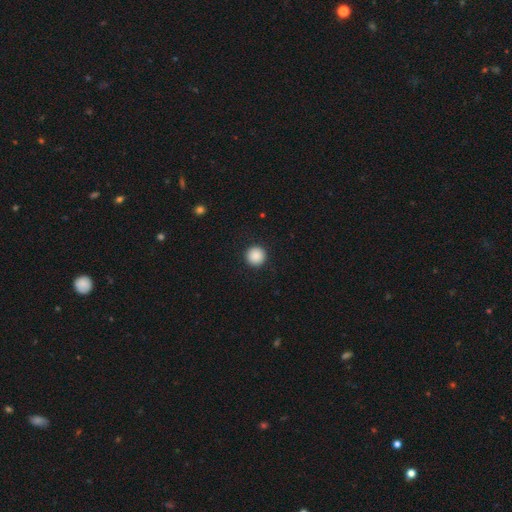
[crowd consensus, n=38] A smooth galaxy with no disk features (89%) that is round (97%).

Vote fractions:
- Smooth or featured? smooth: 89% / star or artifact: 8% / featured or disk: 3%
- How rounded? round: 97% / in between: 3% / cigar-shaped: 0%
- Merging? none: 91% / minor disturbance: 9% / major disturbance: 0% / merger: 0%